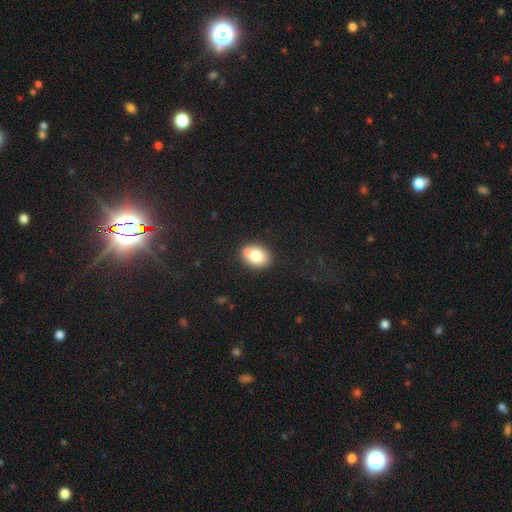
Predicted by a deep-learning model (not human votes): Smooth or featured?
  - smooth: 79% *
  - featured or disk: 12%
  - star or artifact: 8%
How rounded?
  - in between: 72% *
  - round: 27%
  - cigar-shaped: 1%
Merging?
  - none: 77% *
  - minor disturbance: 14%
  - merger: 7%
  - major disturbance: 3%